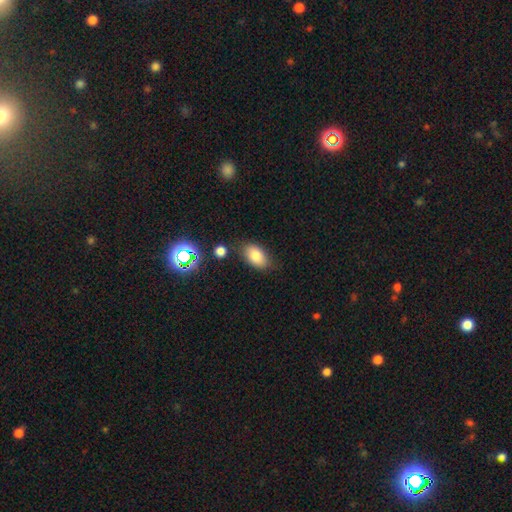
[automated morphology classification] This is clearly a smooth galaxy (81%). How rounded: clearly in between (91%). Merging: likely none (77%).